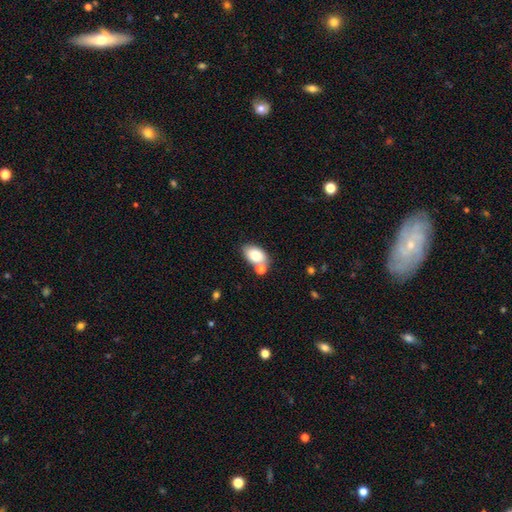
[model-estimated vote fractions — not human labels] A smooth galaxy with no disk features (80%) that is in between round and cigar-shaped (90%). Merging: none (61%).